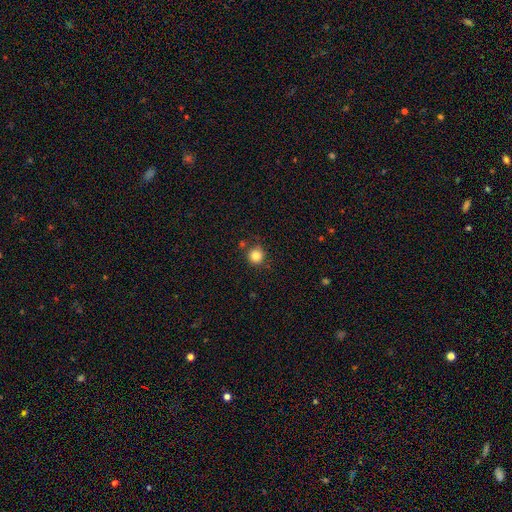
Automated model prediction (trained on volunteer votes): Smooth or featured?
  - smooth: 84% *
  - star or artifact: 11%
  - featured or disk: 5%
How rounded?
  - round: 93% *
  - in between: 6%
  - cigar-shaped: 1%
Merging?
  - none: 80% *
  - minor disturbance: 11%
  - merger: 5%
  - major disturbance: 3%